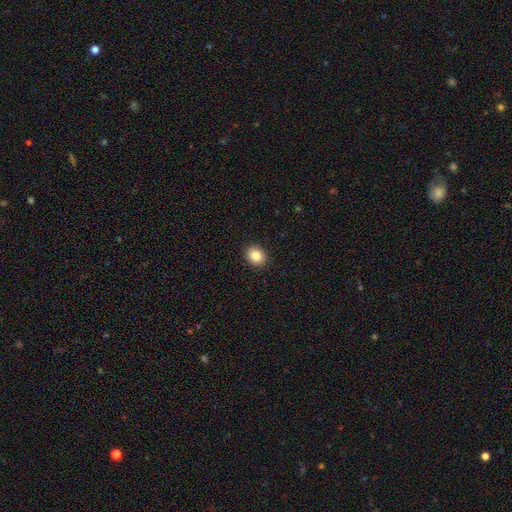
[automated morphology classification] This appears to be a smooth galaxy with no disk features (85%) that is round (68%). Merging: none (92%).